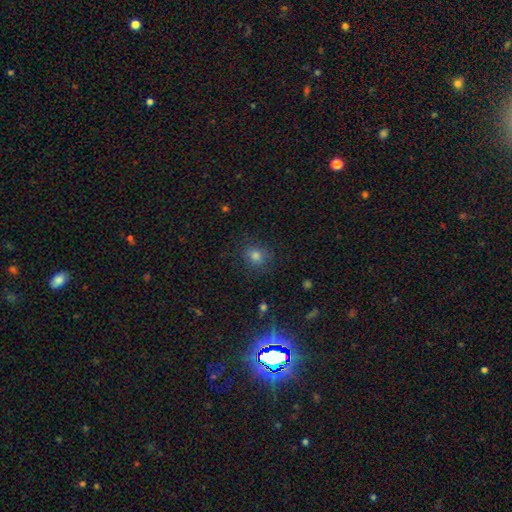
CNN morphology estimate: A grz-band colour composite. It shows a smooth galaxy with no disk features (69%) that is round (82%). Merging: none (85%).